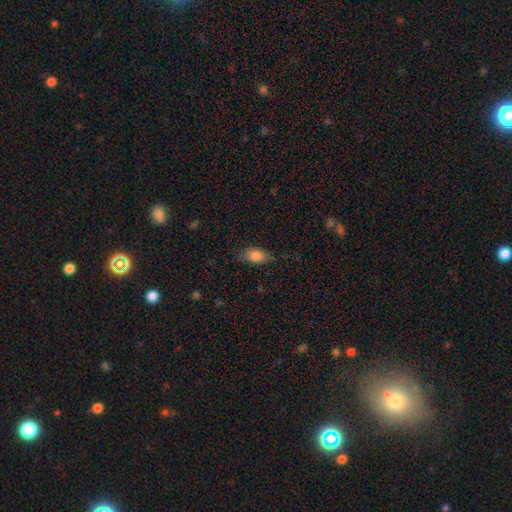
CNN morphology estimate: The model was most divided on "merging": none: 76%, minor disturbance: 19%, major disturbance: 5%, merger: 1%. More confident: how rounded — in between (87%); smooth or featured — smooth (84%).